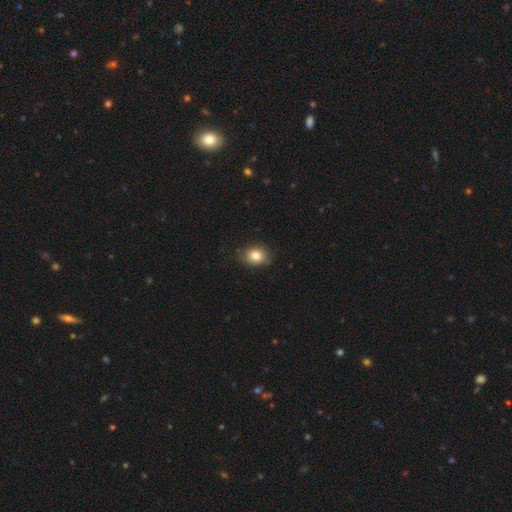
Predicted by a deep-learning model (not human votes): smooth 82%, star or artifact 9%, featured or disk 8%. Down the decision tree: how rounded — in between (52%); merging — none (79%).